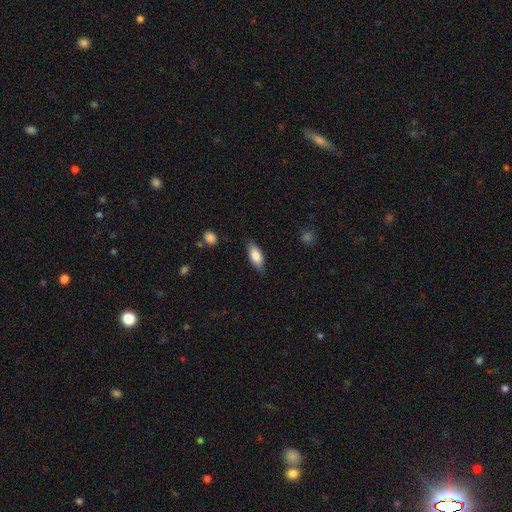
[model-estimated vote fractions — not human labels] Smooth or featured? Predicted: smooth (p=0.82). How rounded? Predicted: in between (p=0.77). Merging? Predicted: none (p=0.83).